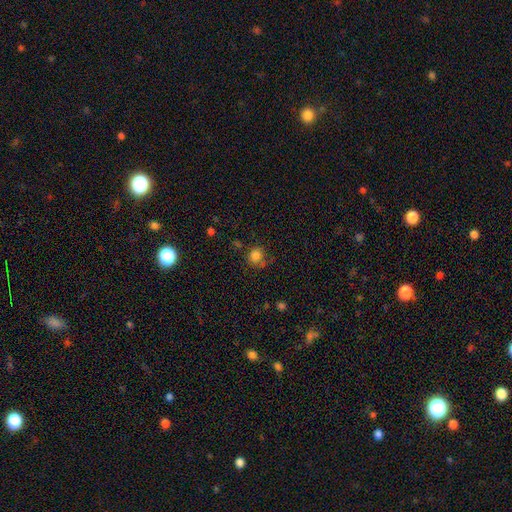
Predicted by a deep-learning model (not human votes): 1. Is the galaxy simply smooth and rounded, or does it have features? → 81% smooth, 13% star or artifact, 6% featured or disk.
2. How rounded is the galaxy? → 83% round, 16% in between, 1% cigar-shaped.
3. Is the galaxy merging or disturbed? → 68% none, 18% minor disturbance, 7% major disturbance, 7% merger.